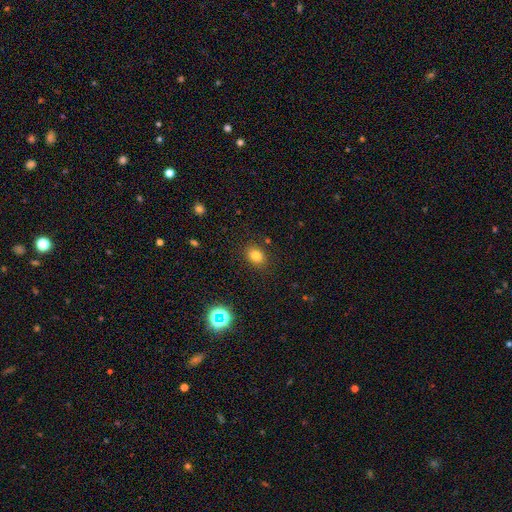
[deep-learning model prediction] Smooth or featured?
  - smooth: 79% *
  - star or artifact: 14%
  - featured or disk: 7%
How rounded?
  - in between: 59% *
  - round: 40%
  - cigar-shaped: 1%
Merging?
  - none: 85% *
  - minor disturbance: 10%
  - major disturbance: 3%
  - merger: 2%